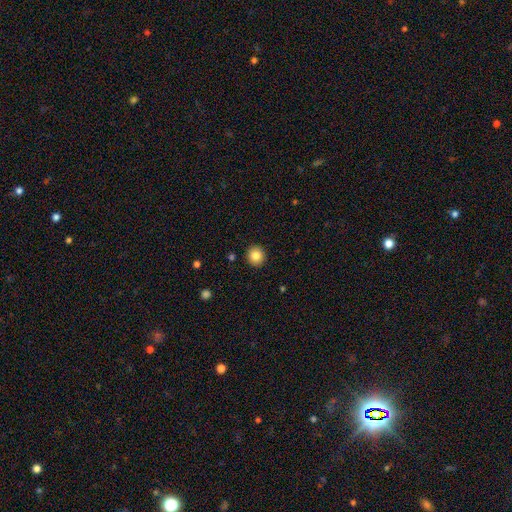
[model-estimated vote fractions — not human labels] smooth_or_featured: smooth (p=0.84) [alt: star or artifact p=0.10]
how_rounded: round (p=0.90) [alt: in between p=0.09]
merging: none (p=0.92) [alt: minor disturbance p=0.05]